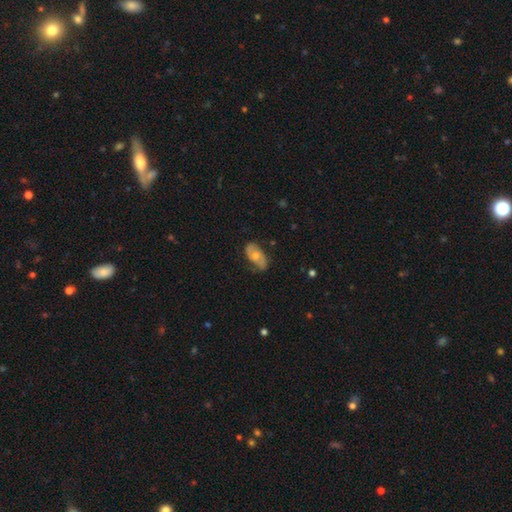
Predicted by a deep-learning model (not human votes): Morphology: type=featured or disk (49%); merging=none (65%).